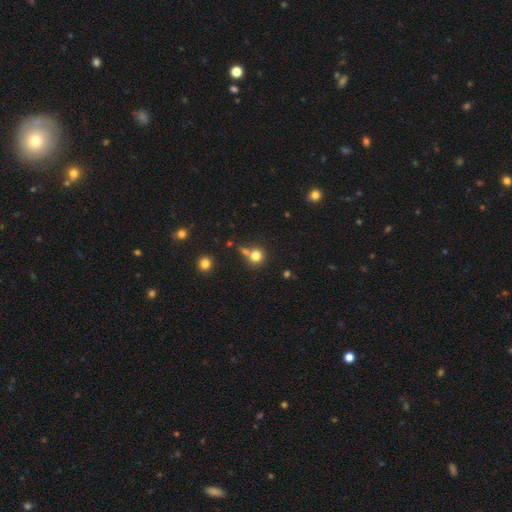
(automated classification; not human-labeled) This appears to be a smooth galaxy with no disk features (79%) that is round (86%). Merging: none (58%).